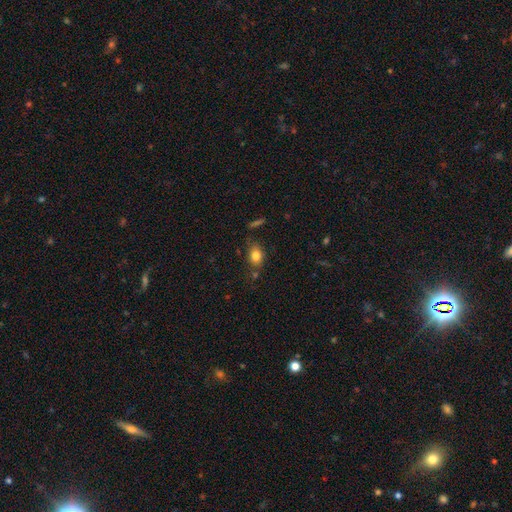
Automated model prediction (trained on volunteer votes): The model was most divided on "how rounded": in between: 68%, round: 30%, cigar-shaped: 2%. More confident: smooth or featured — smooth (82%); merging — none (69%).